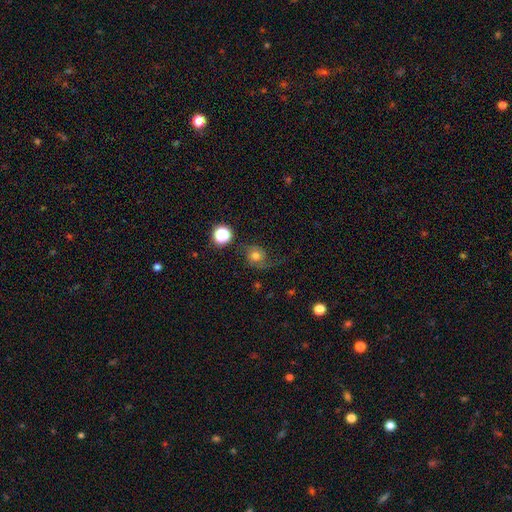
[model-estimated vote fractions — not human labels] A smooth galaxy with no disk features (57%) that is round (80%). Merging: none (43%).